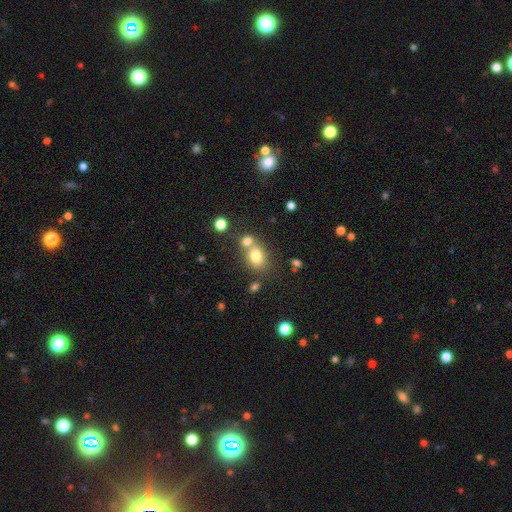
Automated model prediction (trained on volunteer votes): Smooth or featured? smooth (77%)
How rounded? in between (61%)
Merging? none (47%)